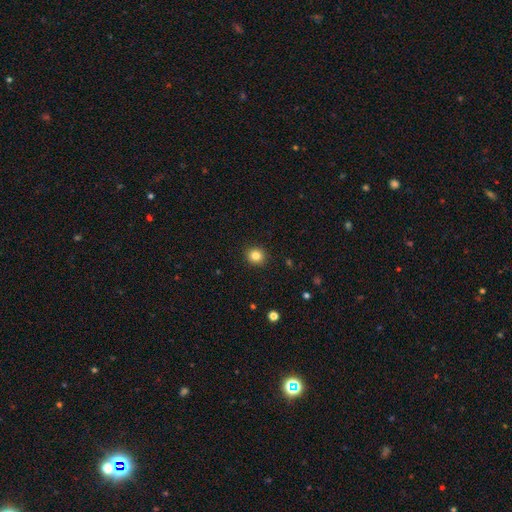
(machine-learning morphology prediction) Smooth or featured? Predicted: smooth (p=0.84). How rounded? Predicted: round (p=0.90). Merging? Predicted: none (p=0.92).